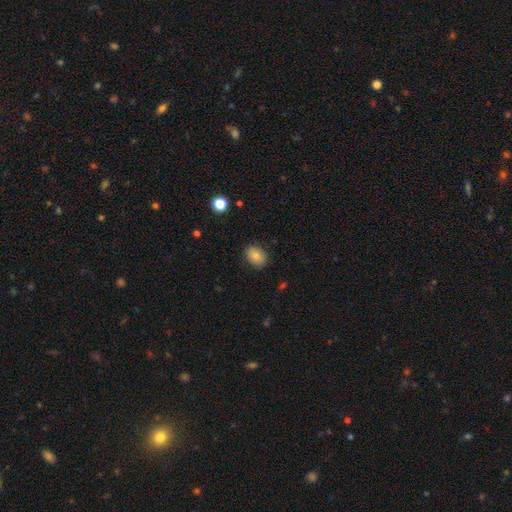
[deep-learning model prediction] smooth-or-featured: smooth: 80% | featured or disk: 11% | star or artifact: 9%
  how-rounded: in between: 68% | round: 31% | cigar-shaped: 1%
  merging: none: 86% | minor disturbance: 11% | major disturbance: 2% | merger: 1%